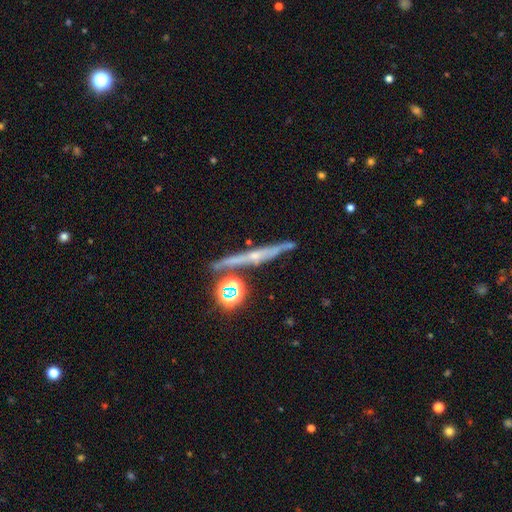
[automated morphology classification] type=featured or disk (59%); edge-on=yes (92%); edge-on bulge=rounded (57%); merging=none (79%).